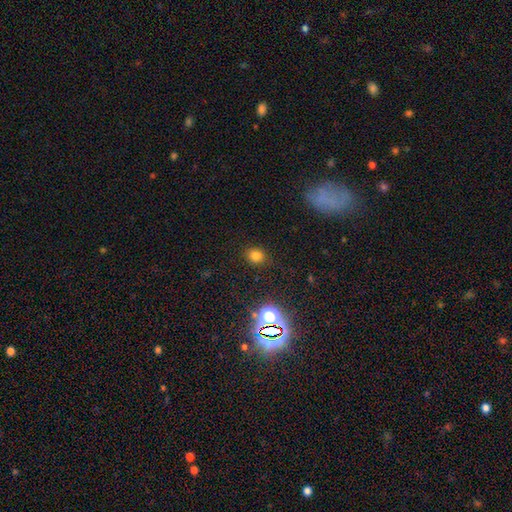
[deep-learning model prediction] Smooth or featured: smooth — 75% (star or artifact — 20%)
How rounded: round — 68% (in between — 31%)
Merging: none — 85% (minor disturbance — 10%)